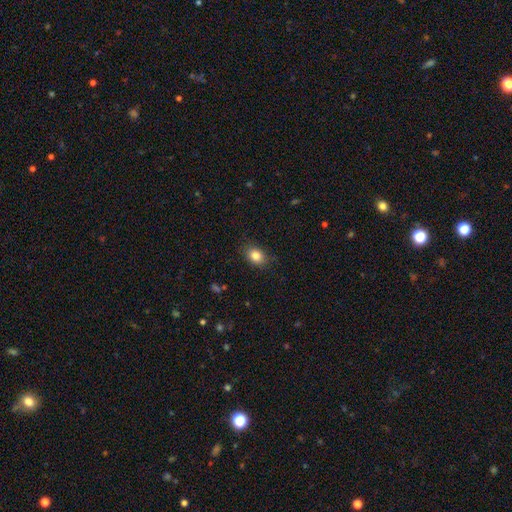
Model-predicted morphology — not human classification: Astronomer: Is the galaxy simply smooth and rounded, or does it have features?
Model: smooth — 84%.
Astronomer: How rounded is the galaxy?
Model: in between — 69%.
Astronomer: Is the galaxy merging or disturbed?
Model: none — 84%.